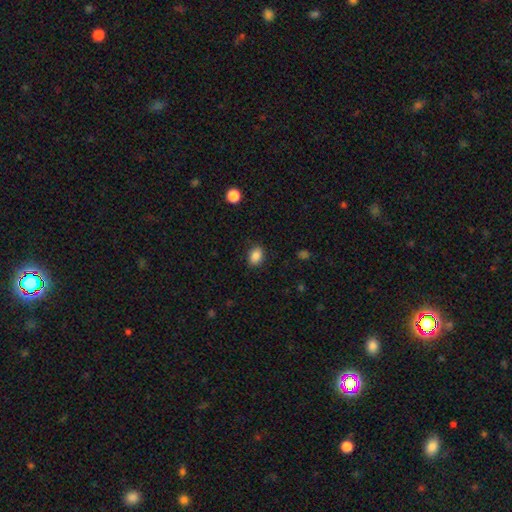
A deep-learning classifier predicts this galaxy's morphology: Smooth or featured: smooth — 88% (star or artifact — 9%)
How rounded: in between — 77% (round — 22%)
Merging: none — 86% (minor disturbance — 10%)